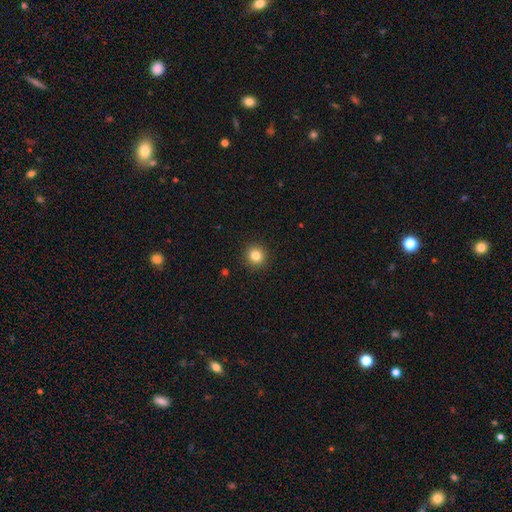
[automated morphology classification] Smooth or featured? Predicted: smooth (p=0.83). How rounded? Predicted: round (p=0.94). Merging? Predicted: none (p=0.93).